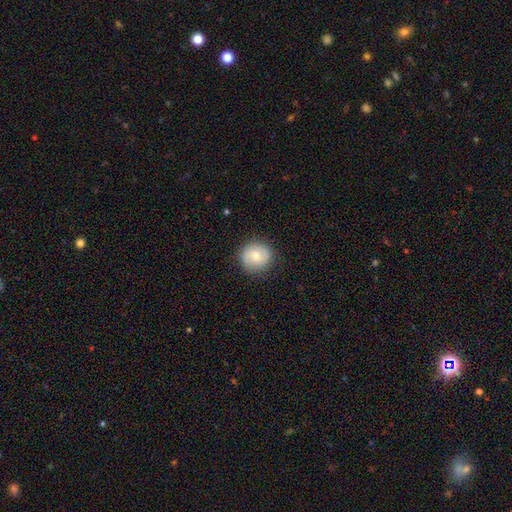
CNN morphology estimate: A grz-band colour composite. It shows a smooth galaxy with no disk features (64%) that is round (88%). Merging: none (85%).